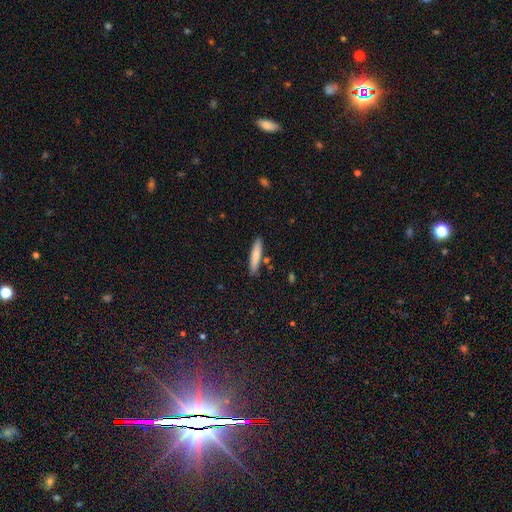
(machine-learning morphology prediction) This is likely a smooth galaxy (80%). How rounded: clearly cigar-shaped (87%). Merging: clearly none (86%).